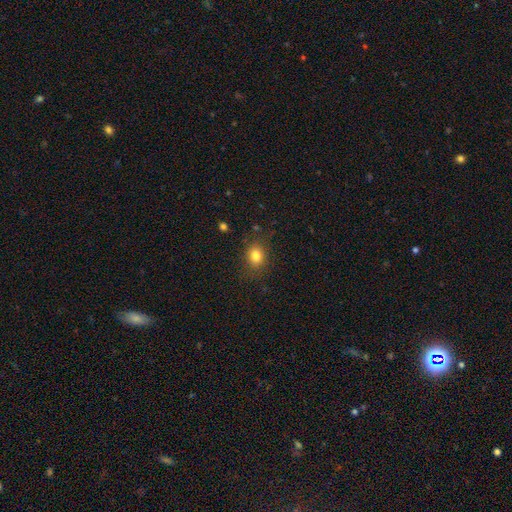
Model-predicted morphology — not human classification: The model was most divided on "how rounded": round: 54%, in between: 45%, cigar-shaped: 1%. More confident: merging — none (83%); smooth or featured — smooth (81%).